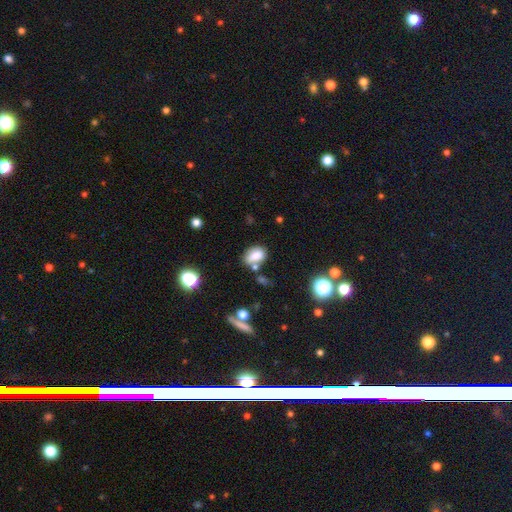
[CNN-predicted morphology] Smooth or featured? smooth (76%)
How rounded? in between (82%)
Merging? none (52%)